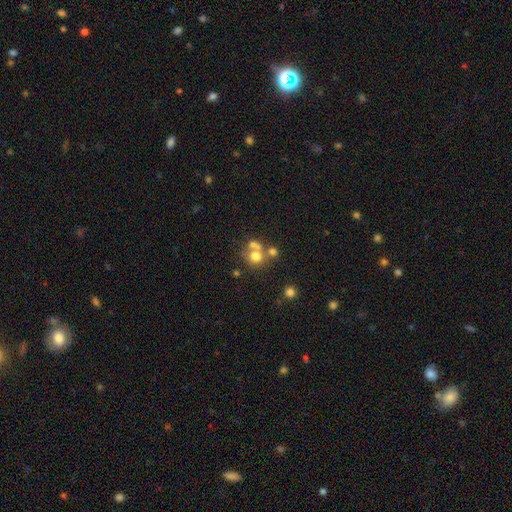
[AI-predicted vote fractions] Smooth or featured?
  - smooth: 63% *
  - featured or disk: 21%
  - star or artifact: 16%
How rounded?
  - round: 81% *
  - in between: 18%
  - cigar-shaped: 1%
Merging?
  - none: 43% *
  - merger: 42%
  - minor disturbance: 9%
  - major disturbance: 6%